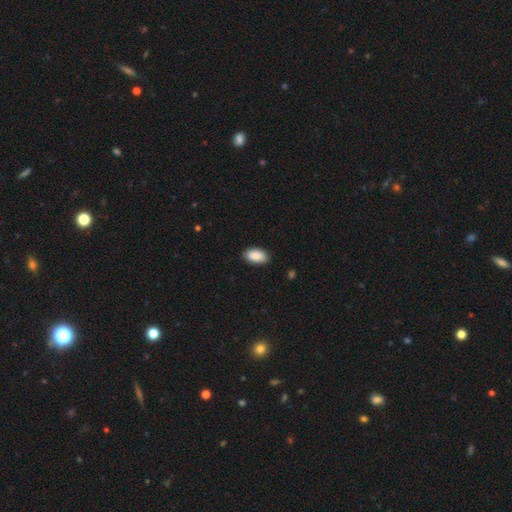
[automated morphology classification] A smooth galaxy with no disk features (90%) that is in between round and cigar-shaped (95%). Merging: none (88%).